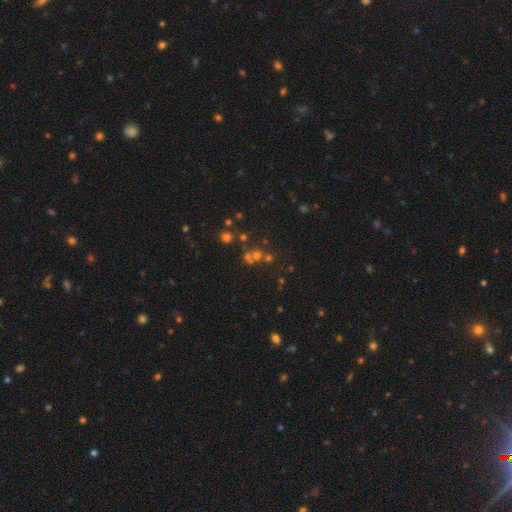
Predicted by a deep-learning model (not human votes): A star or artifact, not a galaxy (44%).